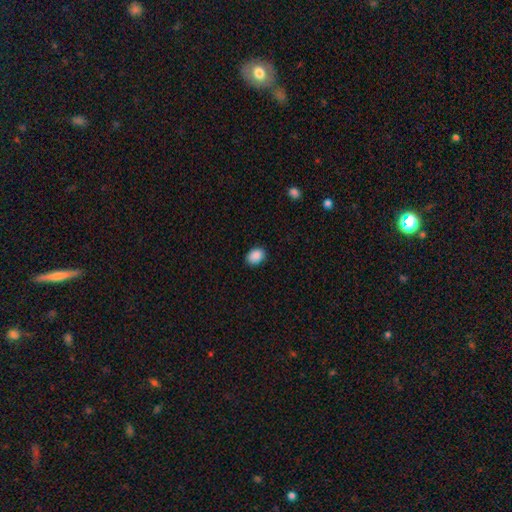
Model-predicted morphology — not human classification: Smooth or featured: smooth — 89% (star or artifact — 8%)
How rounded: in between — 70% (round — 29%)
Merging: none — 86% (minor disturbance — 11%)